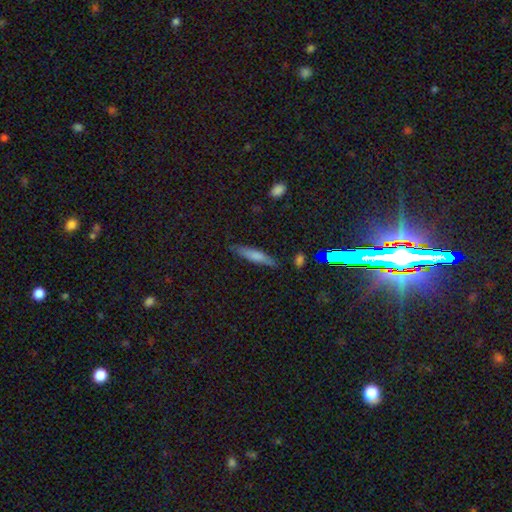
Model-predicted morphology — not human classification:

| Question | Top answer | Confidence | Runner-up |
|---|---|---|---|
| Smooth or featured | smooth | 66% | featured or disk (25%) |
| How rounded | cigar-shaped | 84% | in between (14%) |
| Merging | none | 82% | minor disturbance (13%) |